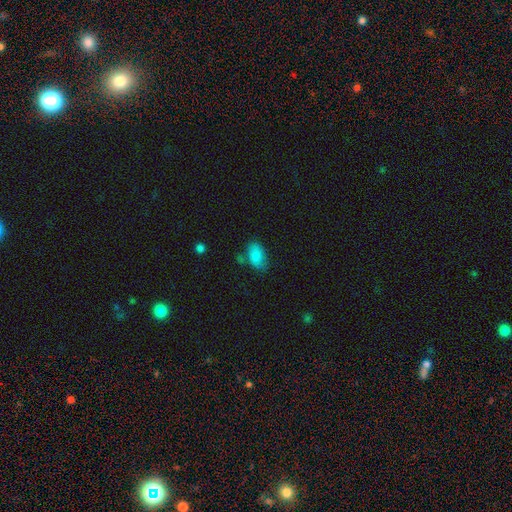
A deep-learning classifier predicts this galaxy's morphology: smooth 84%, featured or disk 8%, star or artifact 8%. Down the decision tree: how rounded — in between (93%); merging — none (63%).